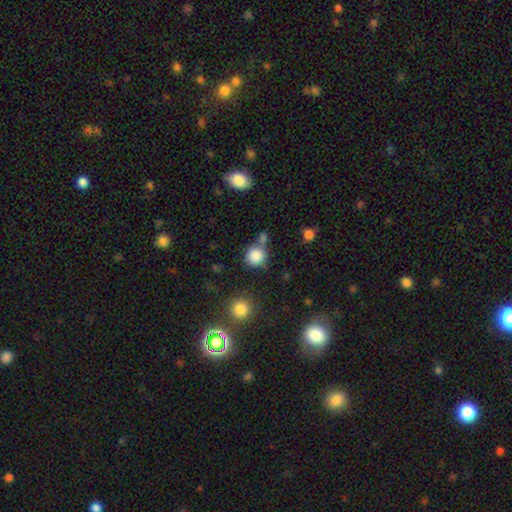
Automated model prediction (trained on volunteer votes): Morphology: type=smooth (85%); roundness=round (90%); merging=none (63%).